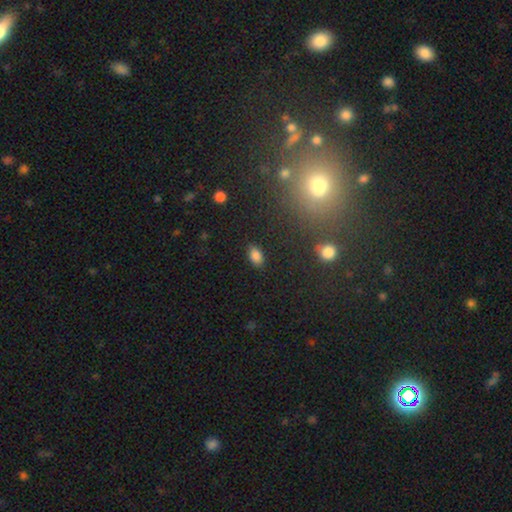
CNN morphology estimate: type=smooth (84%); roundness=in between (90%); merging=none (87%).